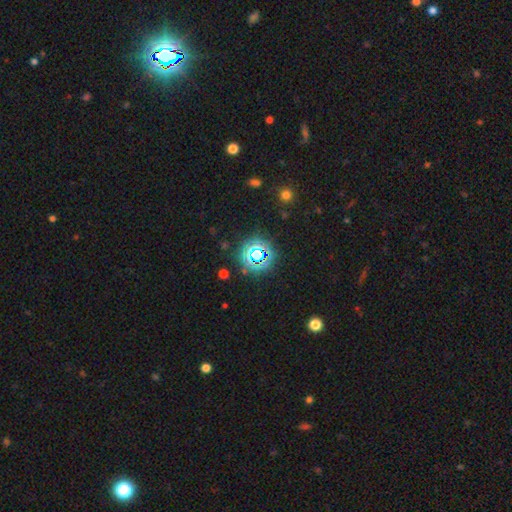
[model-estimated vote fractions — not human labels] Smooth or featured?
  - star or artifact: 73% *
  - smooth: 17%
  - featured or disk: 10%